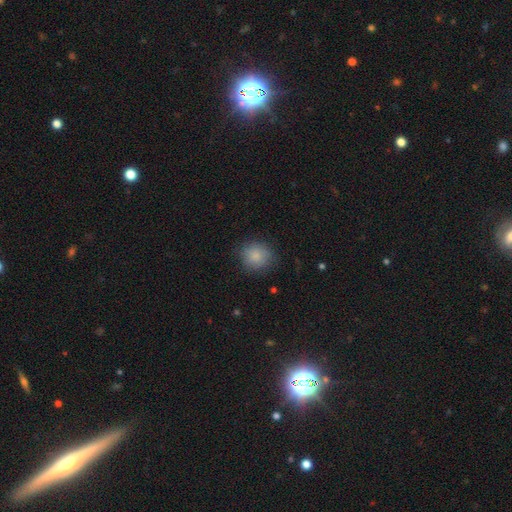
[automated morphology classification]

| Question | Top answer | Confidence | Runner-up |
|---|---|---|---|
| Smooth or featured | smooth | 84% | star or artifact (8%) |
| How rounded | round | 87% | in between (12%) |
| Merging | none | 78% | minor disturbance (16%) |